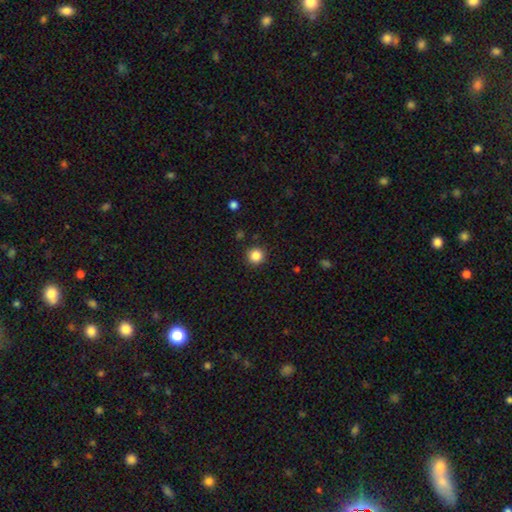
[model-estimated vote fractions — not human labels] Smooth or featured?
  - smooth: 86% *
  - star or artifact: 11%
  - featured or disk: 3%
How rounded?
  - round: 95% *
  - in between: 4%
  - cigar-shaped: 1%
Merging?
  - none: 91% *
  - minor disturbance: 6%
  - major disturbance: 2%
  - merger: 1%